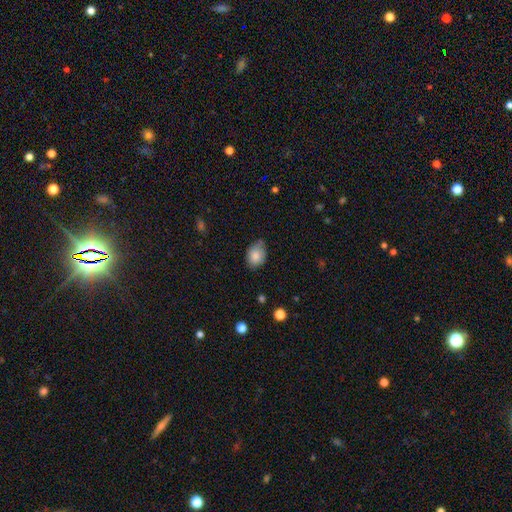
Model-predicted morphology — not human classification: This appears to be a smooth galaxy with no disk features (84%) that is in between round and cigar-shaped (72%). Merging: none (62%).